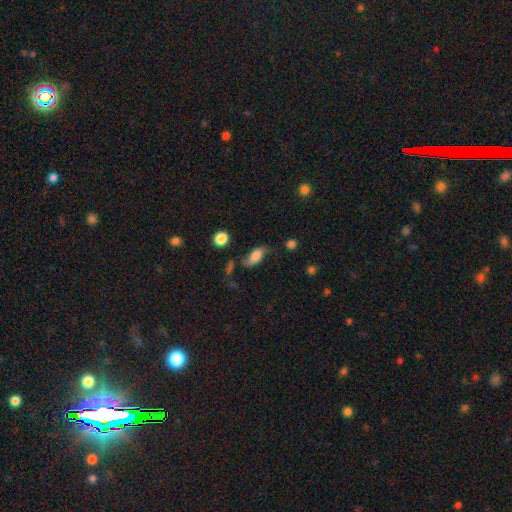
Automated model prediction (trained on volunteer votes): Overall: smooth (62%; featured or disk 28%). How rounded: in between (85%). Merging: none (53%; minor disturbance 26%).